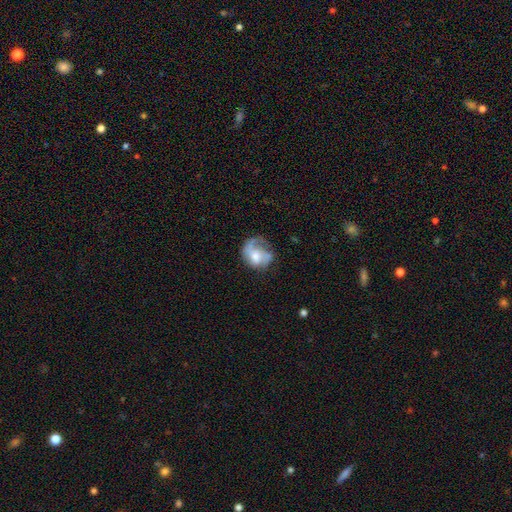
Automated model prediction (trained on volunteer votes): Morphology: type=featured or disk (61%); edge-on=no (98%); bar=no (67%); spiral arms=yes (77%); bulge=moderate (56%); merging=none (42%).